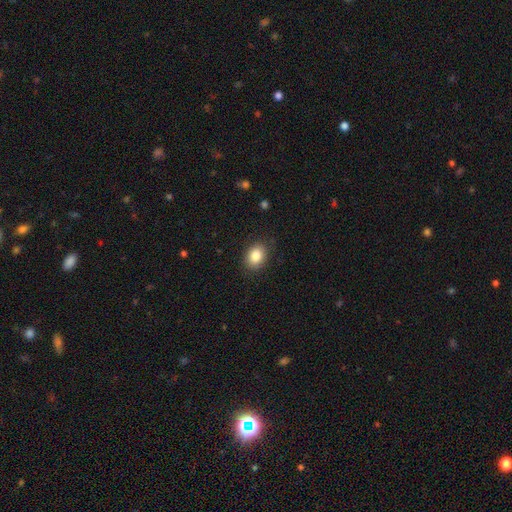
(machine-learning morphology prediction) Smooth or featured?
  - smooth: 85% *
  - star or artifact: 9%
  - featured or disk: 6%
How rounded?
  - in between: 63% *
  - round: 36%
  - cigar-shaped: 1%
Merging?
  - none: 86% *
  - minor disturbance: 11%
  - major disturbance: 3%
  - merger: 1%